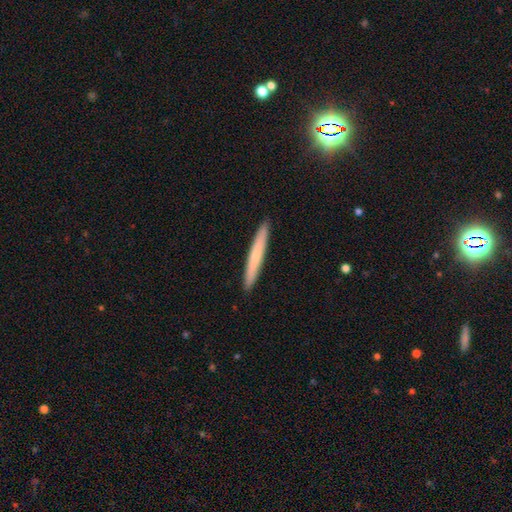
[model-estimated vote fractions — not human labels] Smooth or featured: smooth — 61% (featured or disk — 33%)
How rounded: cigar-shaped — 97% (in between — 2%)
Merging: none — 92% (minor disturbance — 5%)